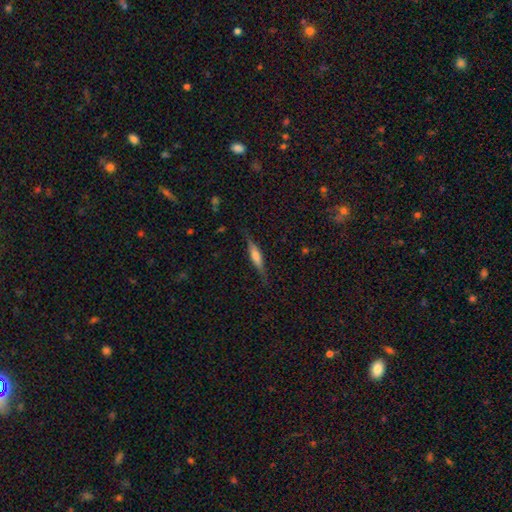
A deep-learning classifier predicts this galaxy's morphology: This is possibly a featured or disk galaxy (52%). It is clearly viewed edge-on (94%). Merging: clearly none (81%).